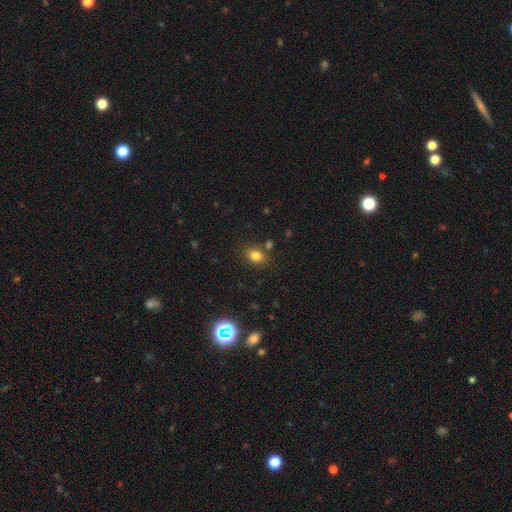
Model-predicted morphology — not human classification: Smooth or featured?
  - smooth: 79% *
  - star or artifact: 14%
  - featured or disk: 8%
How rounded?
  - in between: 60% *
  - round: 39%
  - cigar-shaped: 1%
Merging?
  - none: 77% *
  - minor disturbance: 12%
  - merger: 8%
  - major disturbance: 3%